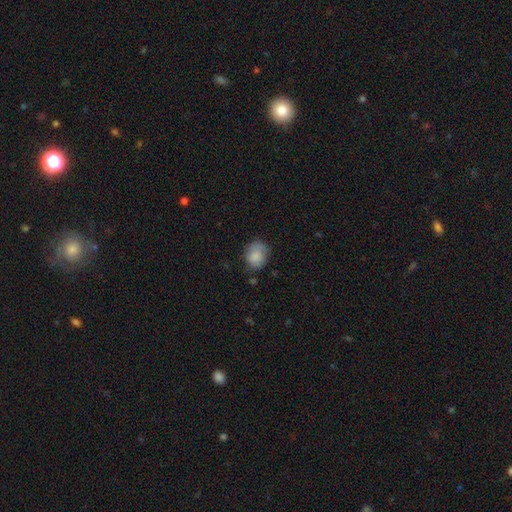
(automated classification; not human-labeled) This appears to be a smooth galaxy with no disk features (83%) that is round (59%). Merging: none (63%).